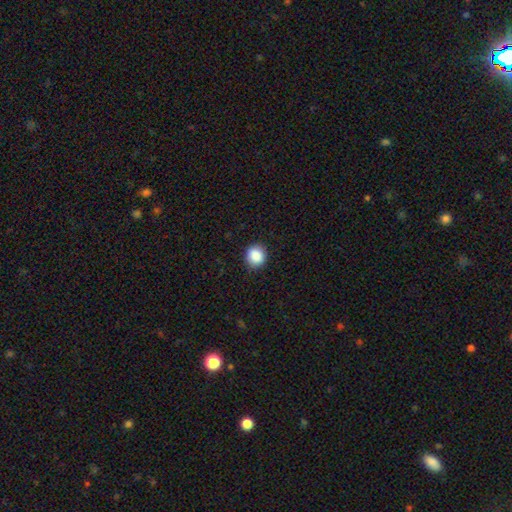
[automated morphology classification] type=smooth (88%); roundness=round (80%); merging=none (88%).